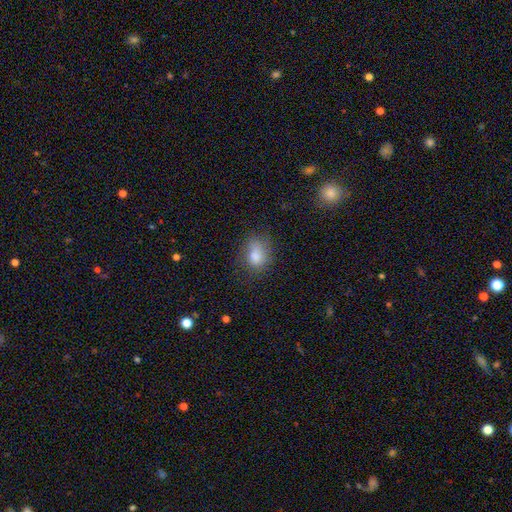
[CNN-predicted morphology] Overall: smooth (80%). How rounded: in between (63%; round 36%). Merging: none (64%; minor disturbance 25%).